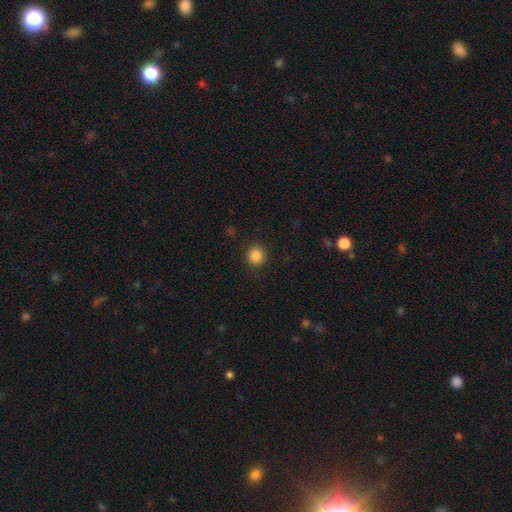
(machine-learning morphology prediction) type=smooth (86%); roundness=round (93%); merging=none (91%).